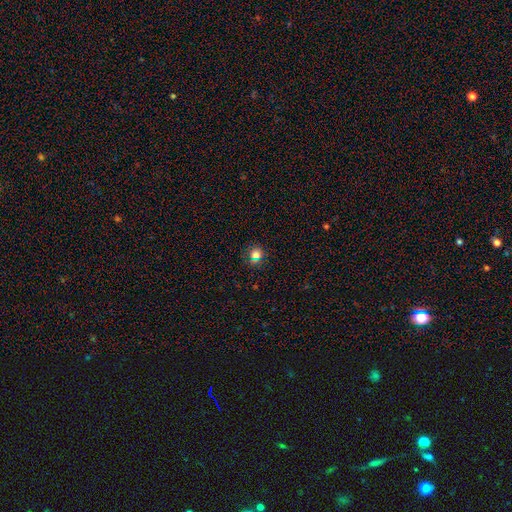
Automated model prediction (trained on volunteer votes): Smooth or featured? Predicted: smooth (p=0.70). How rounded? Predicted: round (p=0.87). Merging? Predicted: none (p=0.84).